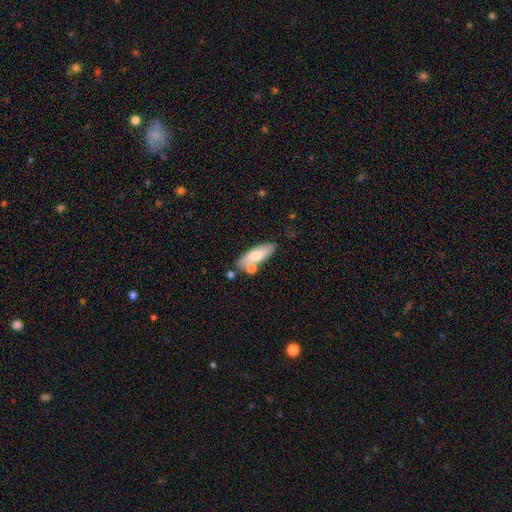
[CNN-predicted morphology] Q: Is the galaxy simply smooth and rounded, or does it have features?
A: smooth — 68%.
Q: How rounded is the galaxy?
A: in between — 61%.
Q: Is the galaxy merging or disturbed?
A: none — 65%.